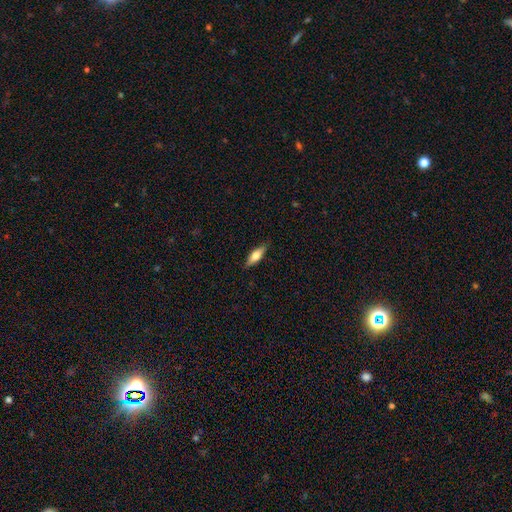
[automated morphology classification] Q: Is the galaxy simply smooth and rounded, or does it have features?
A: smooth — 62%.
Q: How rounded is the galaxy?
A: in between — 54%.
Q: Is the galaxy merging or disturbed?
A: none — 85%.